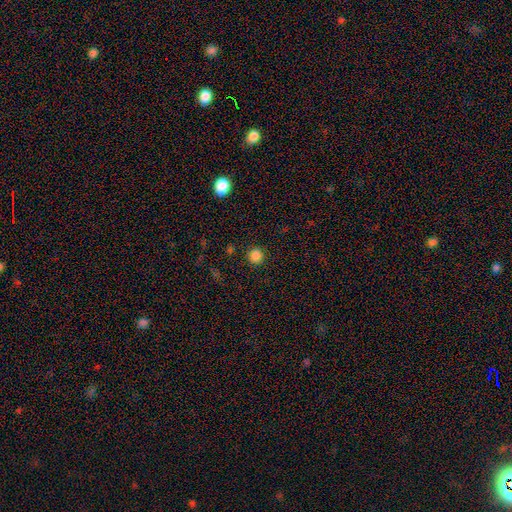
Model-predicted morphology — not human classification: This is clearly a smooth galaxy (84%). How rounded: clearly round (91%). Merging: clearly none (91%).